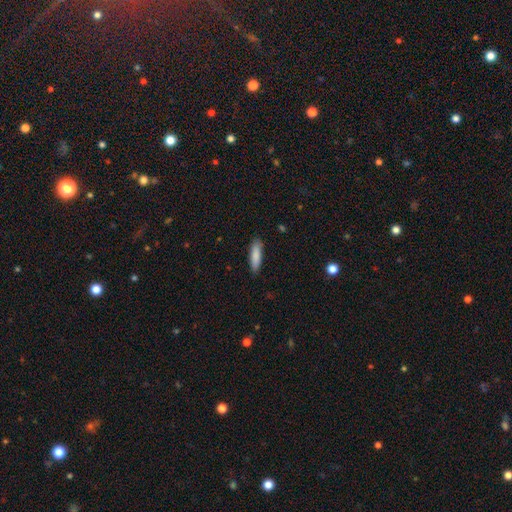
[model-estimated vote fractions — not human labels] Smooth or featured?
  - smooth: 86% *
  - featured or disk: 8%
  - star or artifact: 6%
How rounded?
  - cigar-shaped: 65% *
  - in between: 34%
  - round: 1%
Merging?
  - none: 86% *
  - minor disturbance: 11%
  - major disturbance: 2%
  - merger: 1%